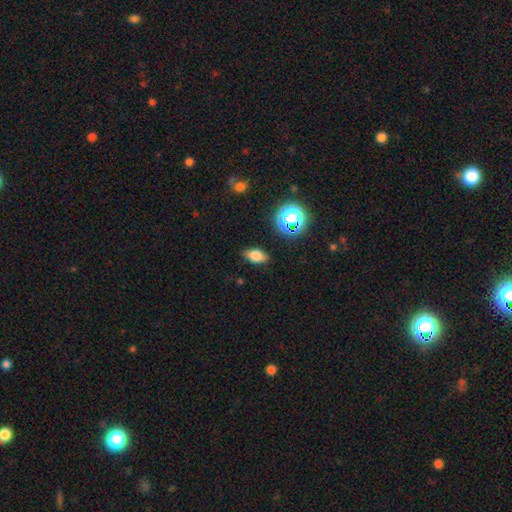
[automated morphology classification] type=smooth (74%); roundness=in between (85%); merging=none (84%).